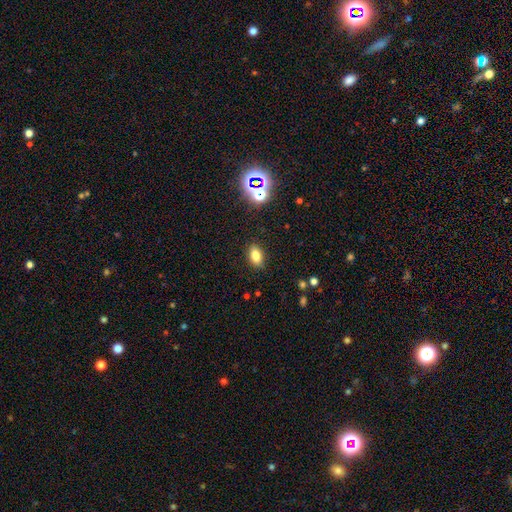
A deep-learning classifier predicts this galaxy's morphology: type=smooth (78%); roundness=in between (87%); merging=none (87%).